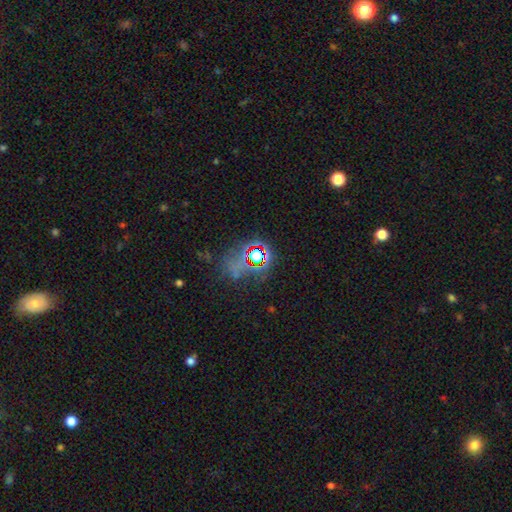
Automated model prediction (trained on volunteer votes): This appears to be a star or artifact, not a galaxy (66%).